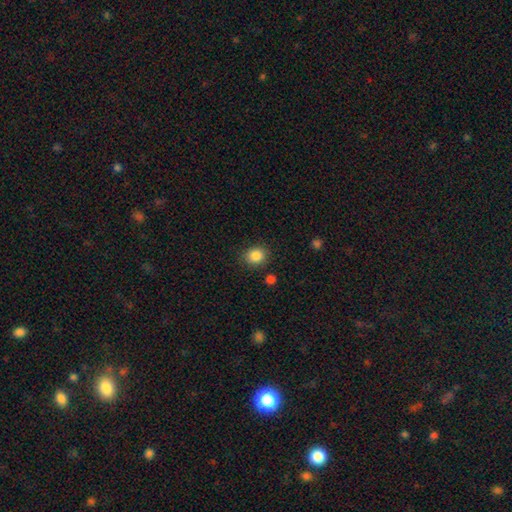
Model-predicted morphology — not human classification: smooth 86%, star or artifact 10%, featured or disk 4%. Down the decision tree: how rounded — round (75%); merging — none (86%).